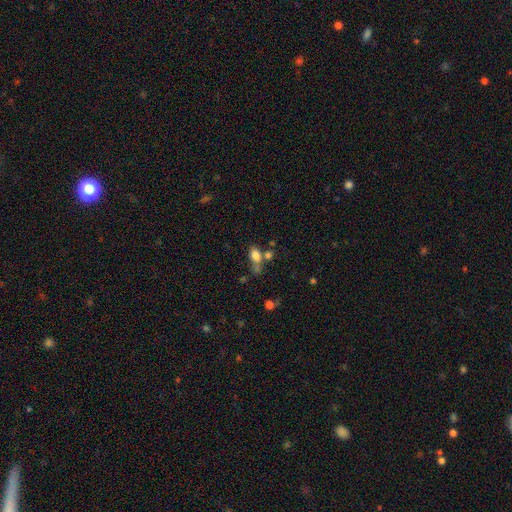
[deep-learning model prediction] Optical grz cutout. It shows a smooth galaxy with no disk features (80%) that is in between round and cigar-shaped (83%). Merging: none (44%).